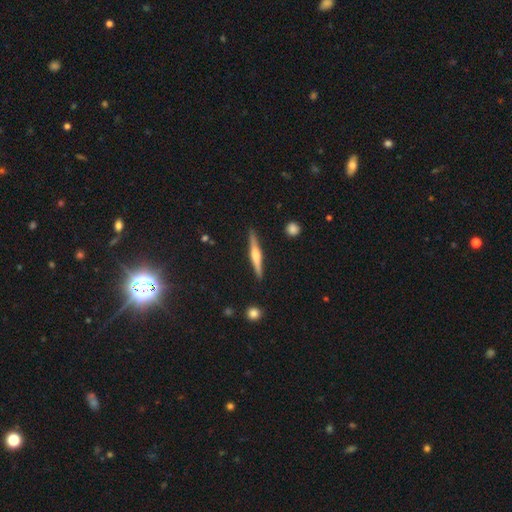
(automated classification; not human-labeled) Morphology: type=featured or disk (66%); edge-on=yes (98%); edge-on bulge=rounded (75%); merging=none (90%).